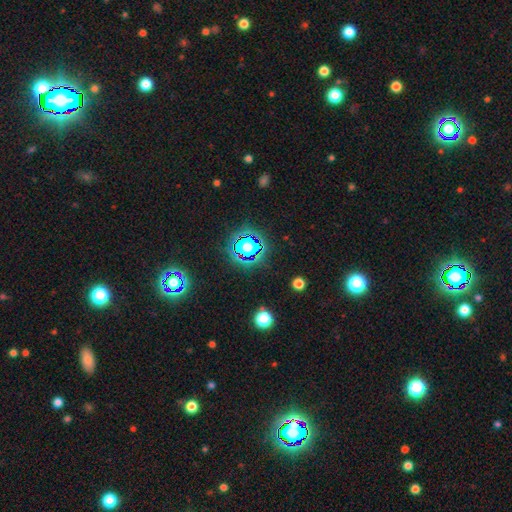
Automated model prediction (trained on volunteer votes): This is likely a star or artifact rather than a galaxy (80%).